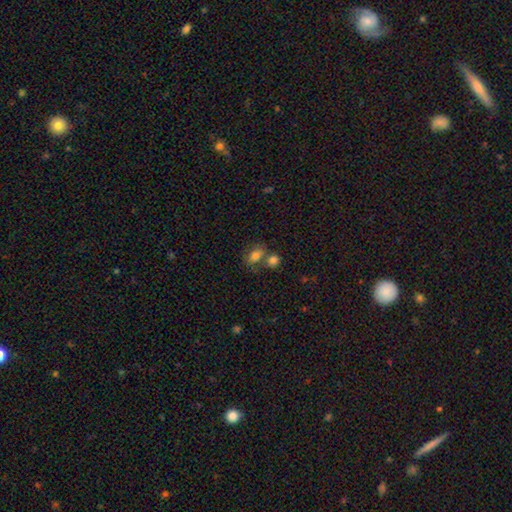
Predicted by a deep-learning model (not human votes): This appears to be a smooth galaxy with no disk features (77%) that is in between round and cigar-shaped (74%). Merging: none (49%).